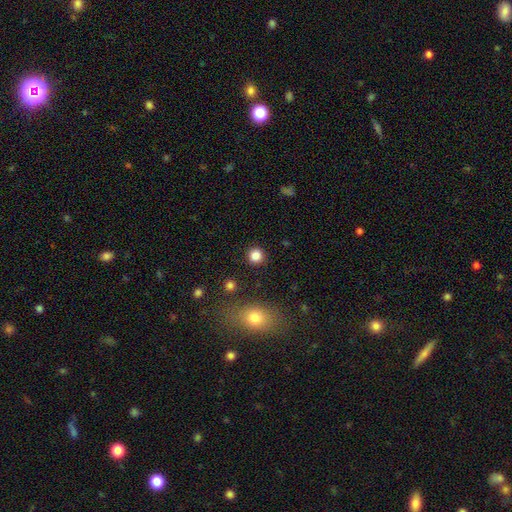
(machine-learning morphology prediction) type=smooth (84%); roundness=round (92%); merging=none (91%).